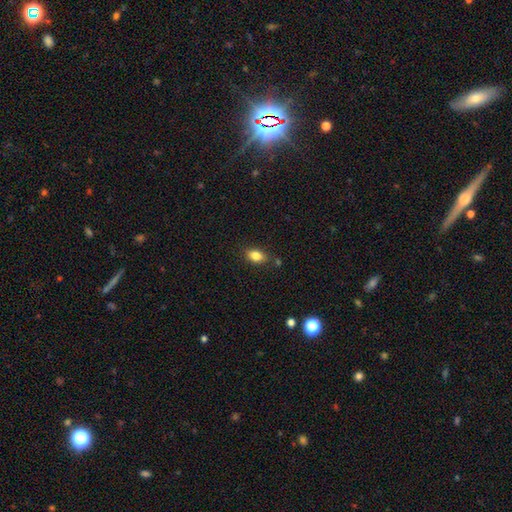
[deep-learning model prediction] Smooth or featured?
  - smooth: 83% *
  - star or artifact: 9%
  - featured or disk: 7%
How rounded?
  - in between: 81% *
  - round: 16%
  - cigar-shaped: 3%
Merging?
  - none: 80% *
  - minor disturbance: 13%
  - merger: 4%
  - major disturbance: 3%